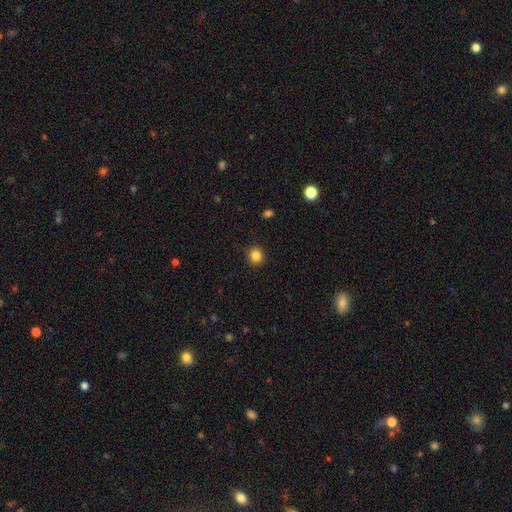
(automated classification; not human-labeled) Morphology: type=smooth (84%); roundness=round (90%); merging=none (89%).